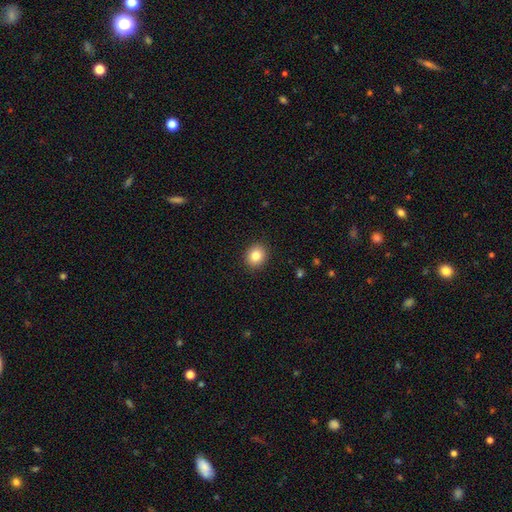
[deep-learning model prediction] Overall: smooth (83%). How rounded: round (75%). Merging: none (91%).